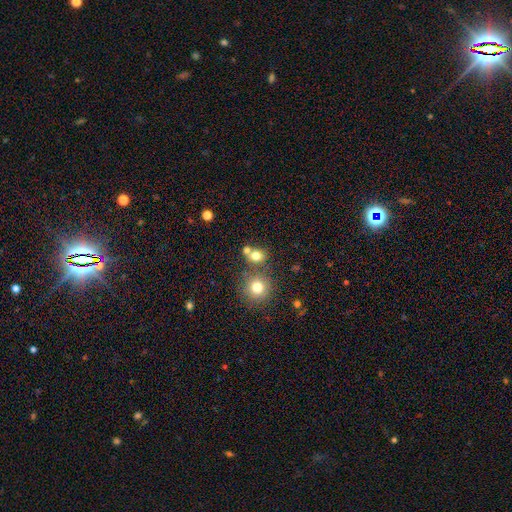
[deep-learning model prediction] The model was most divided on "merging": none: 54%, merger: 33%, minor disturbance: 9%, major disturbance: 4%. More confident: how rounded — round (76%); smooth or featured — smooth (75%).